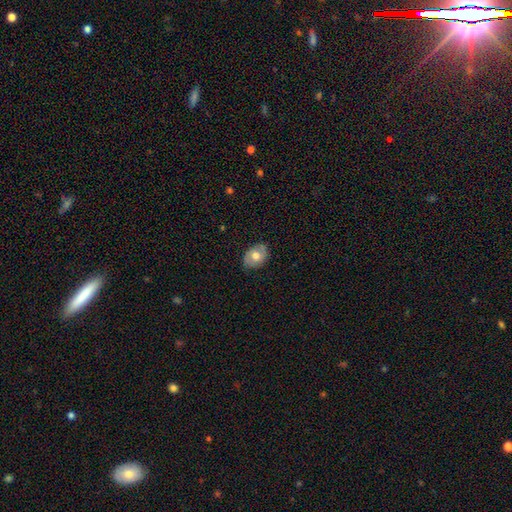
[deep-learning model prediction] Overall: smooth (60%; featured or disk 32%). How rounded: in between (71%). Merging: none (80%).